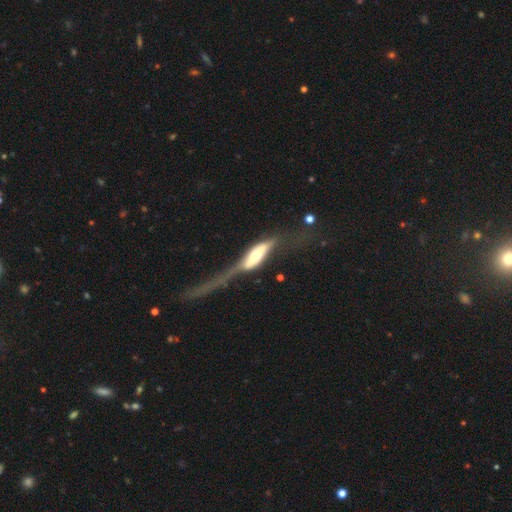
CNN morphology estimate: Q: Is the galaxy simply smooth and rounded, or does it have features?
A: featured or disk — 57%.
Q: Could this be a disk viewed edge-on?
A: yes — 64%.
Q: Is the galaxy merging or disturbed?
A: major disturbance — 57%.